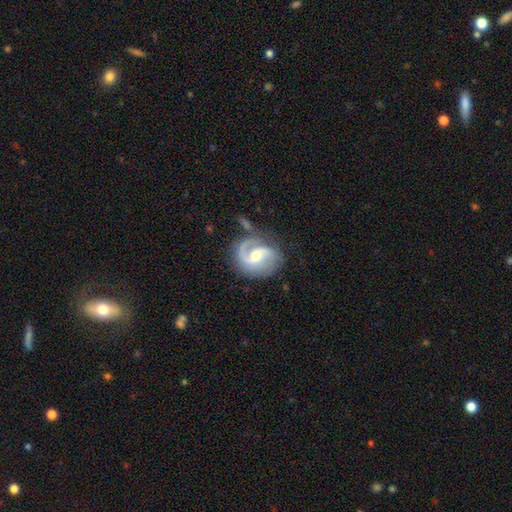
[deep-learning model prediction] Smooth or featured: featured or disk — 88% (smooth — 7%)
Edge-on disk: no — 98% (yes — 2%)
Bar: weak — 53% (no — 28%)
Spiral arms: yes — 97% (no — 3%)
Spiral winding: medium — 53% (loose — 28%)
Spiral arm count: 2 — 81% (1 — 12%)
Bulge size: moderate — 59% (small — 35%)
Merging: none — 68% (minor disturbance — 19%)